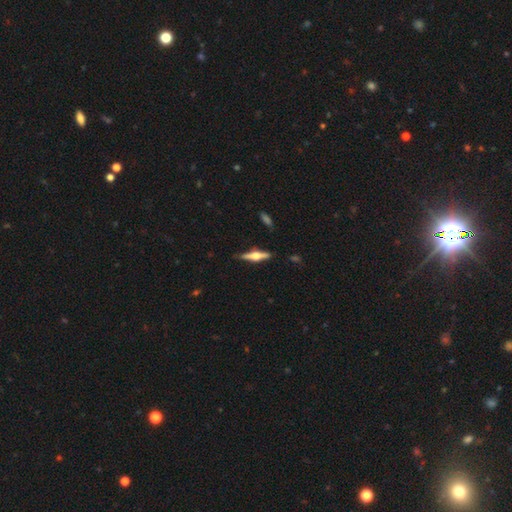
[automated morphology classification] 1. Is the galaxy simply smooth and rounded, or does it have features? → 71% featured or disk, 23% smooth, 6% star or artifact.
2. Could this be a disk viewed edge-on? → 97% yes, 3% no.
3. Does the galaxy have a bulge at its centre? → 93% rounded, 6% boxy, 2% none.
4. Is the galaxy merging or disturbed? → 85% none, 11% minor disturbance, 2% major disturbance, 2% merger.